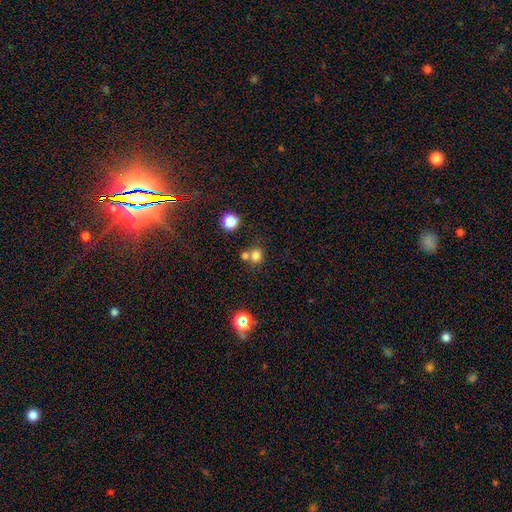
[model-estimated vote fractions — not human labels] Smooth or featured: smooth — 76% (star or artifact — 16%)
How rounded: round — 80% (in between — 19%)
Merging: none — 55% (merger — 32%)